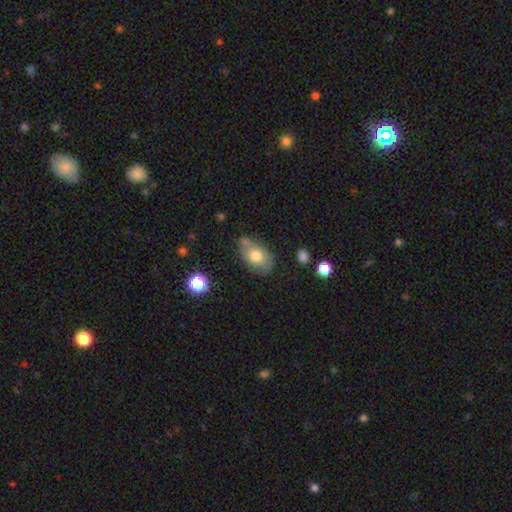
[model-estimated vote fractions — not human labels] smooth_or_featured: smooth (p=0.70) [alt: featured or disk p=0.22]
how_rounded: in between (p=0.86) [alt: round p=0.13]
merging: none (p=0.63) [alt: minor disturbance p=0.25]